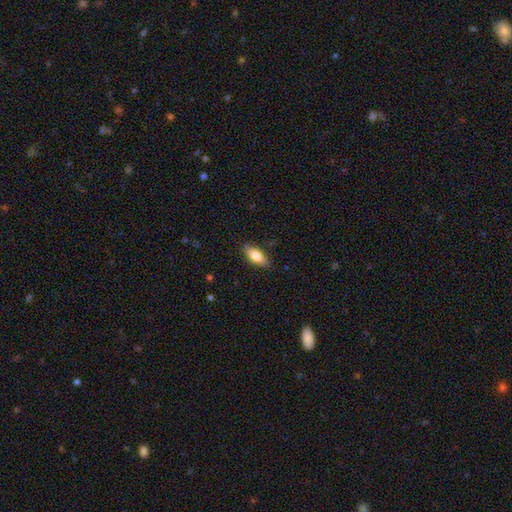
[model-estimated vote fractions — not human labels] A smooth galaxy with no disk features (77%) that is in between round and cigar-shaped (80%).

Vote fractions:
- Smooth or featured? smooth: 77% / featured or disk: 17% / star or artifact: 7%
- How rounded? in between: 80% / cigar-shaped: 17% / round: 3%
- Merging? none: 86% / minor disturbance: 11% / major disturbance: 2% / merger: 1%